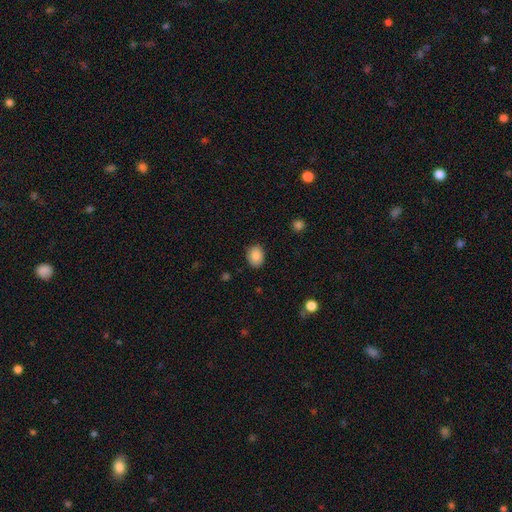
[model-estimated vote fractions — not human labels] Smooth or featured? smooth (88%)
How rounded? in between (56%)
Merging? none (86%)